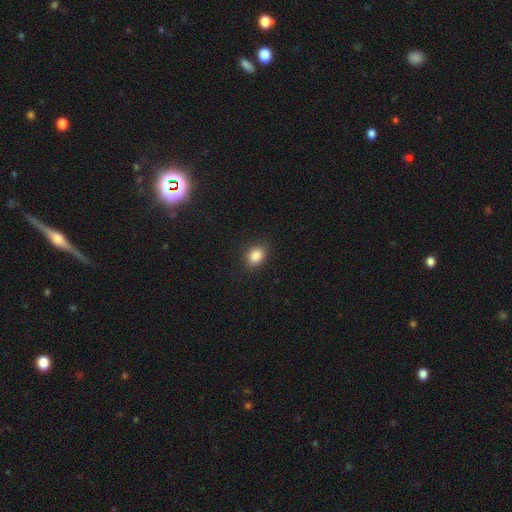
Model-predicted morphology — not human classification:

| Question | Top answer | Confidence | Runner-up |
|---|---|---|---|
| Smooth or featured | smooth | 86% | star or artifact (10%) |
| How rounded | in between | 66% | round (33%) |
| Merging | none | 85% | minor disturbance (11%) |